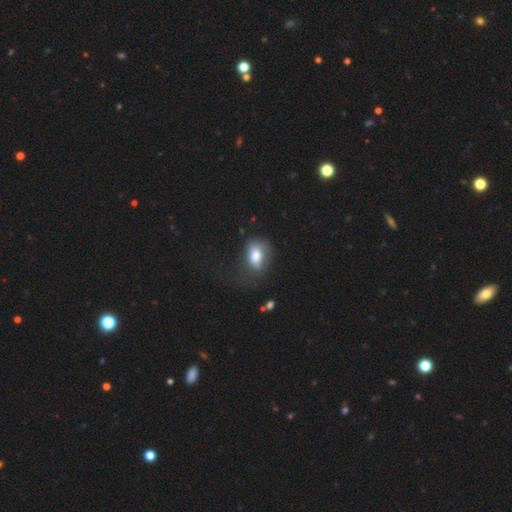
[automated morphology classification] Smooth or featured: smooth — 77% (featured or disk — 14%)
How rounded: in between — 78% (round — 20%)
Merging: none — 45% (minor disturbance — 30%)